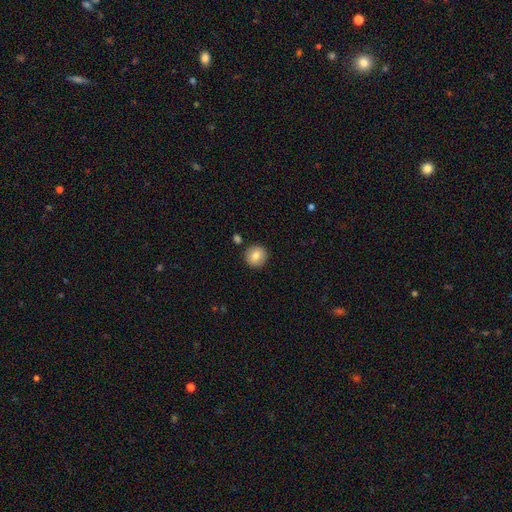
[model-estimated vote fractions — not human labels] This appears to be a smooth galaxy with no disk features (81%) that is round (92%). Merging: none (88%).